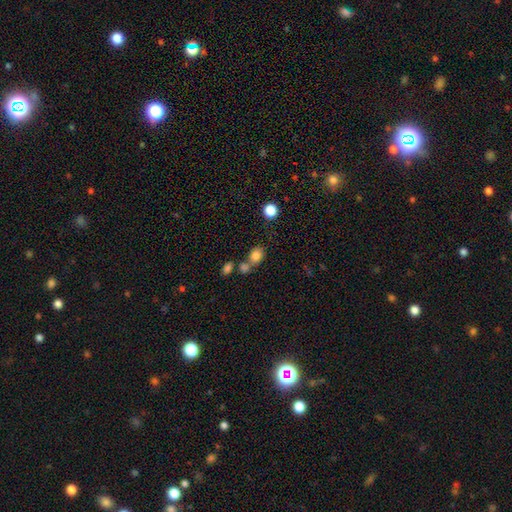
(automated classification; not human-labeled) This appears to be a smooth galaxy with no disk features (80%) that is in between round and cigar-shaped (54%). Merging: none (49%).